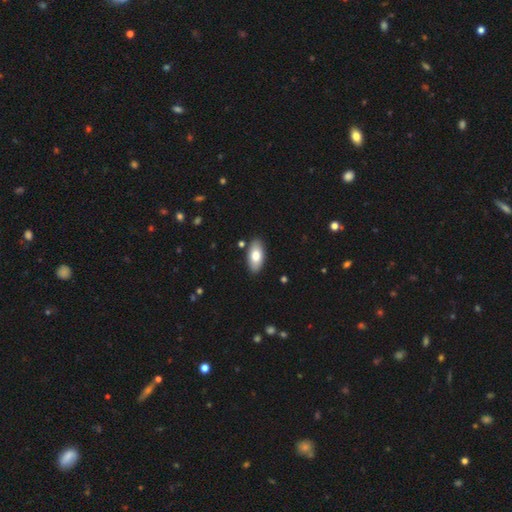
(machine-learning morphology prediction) Smooth or featured? Predicted: smooth (p=0.77). How rounded? Predicted: in between (p=0.91). Merging? Predicted: none (p=0.87).